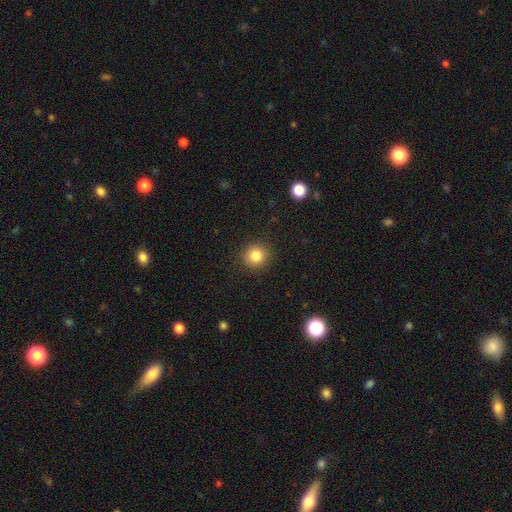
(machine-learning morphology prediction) This is clearly a smooth galaxy (84%). How rounded: clearly round (92%). Merging: clearly none (91%).